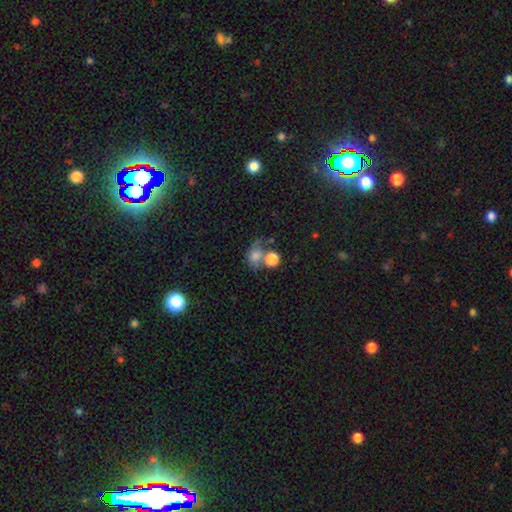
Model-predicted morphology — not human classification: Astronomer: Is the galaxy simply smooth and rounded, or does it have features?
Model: smooth — 73%.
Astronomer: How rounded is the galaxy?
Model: round — 63%.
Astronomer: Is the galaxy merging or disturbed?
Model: merger — 44% (runner-up: none, 30%).